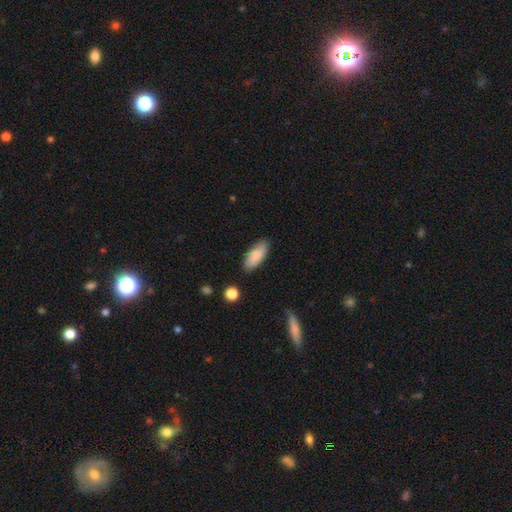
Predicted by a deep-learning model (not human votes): This appears to be a smooth galaxy with no disk features (85%) that is in between round and cigar-shaped (78%). Merging: none (85%).